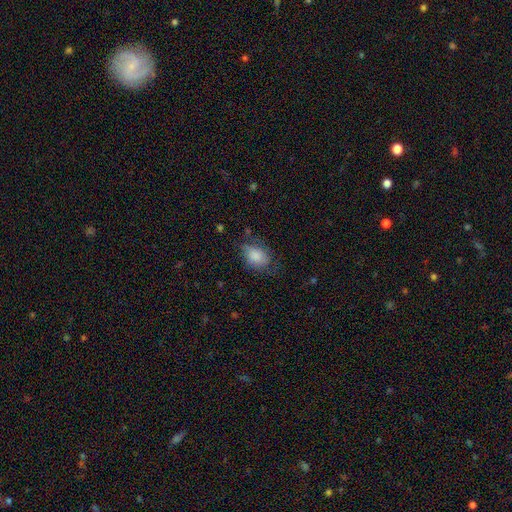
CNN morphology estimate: Smooth or featured? Predicted: smooth (p=0.80). How rounded? Predicted: in between (p=0.78). Merging? Predicted: none (p=0.53).